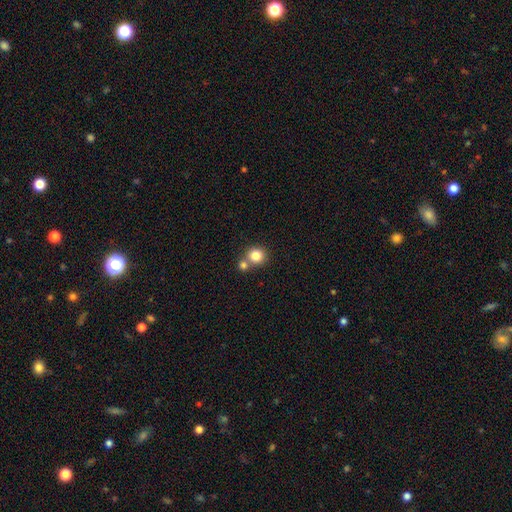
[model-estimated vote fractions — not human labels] Smooth or featured?
  - smooth: 82% *
  - star or artifact: 11%
  - featured or disk: 7%
How rounded?
  - round: 90% *
  - in between: 9%
  - cigar-shaped: 1%
Merging?
  - none: 58% *
  - merger: 33%
  - minor disturbance: 7%
  - major disturbance: 2%